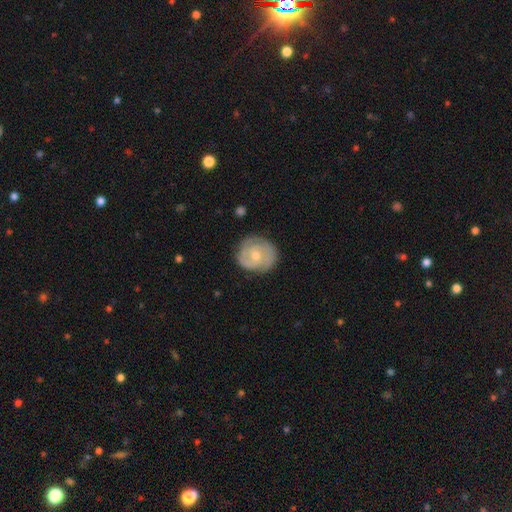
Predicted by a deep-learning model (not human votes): The model was most divided on "bulge size": moderate: 58%, small: 38%, large: 2%, none: 1%, dominant: 1%. More confident: edge-on disk — no (97%); spiral arms — yes (76%); merging — none (74%); bar — no (72%); smooth or featured — featured or disk (60%).